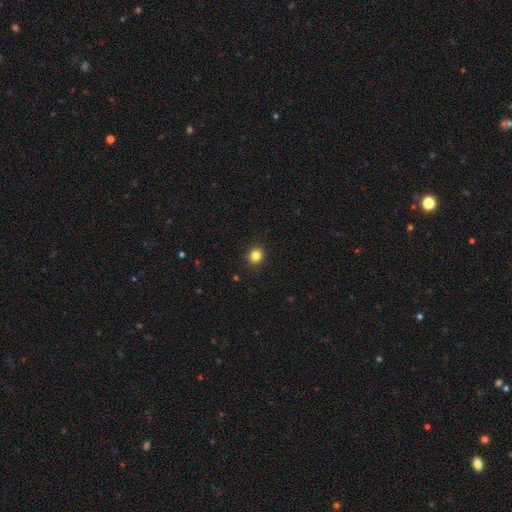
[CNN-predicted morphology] smooth_or_featured: smooth (p=0.83) [alt: star or artifact p=0.12]
how_rounded: round (p=0.85) [alt: in between p=0.14]
merging: none (p=0.91) [alt: minor disturbance p=0.06]